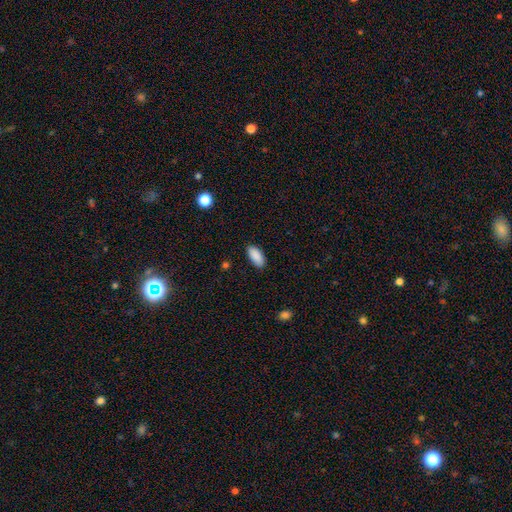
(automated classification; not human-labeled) smooth 90%, star or artifact 7%, featured or disk 4%. Down the decision tree: how rounded — in between (90%); merging — none (88%).